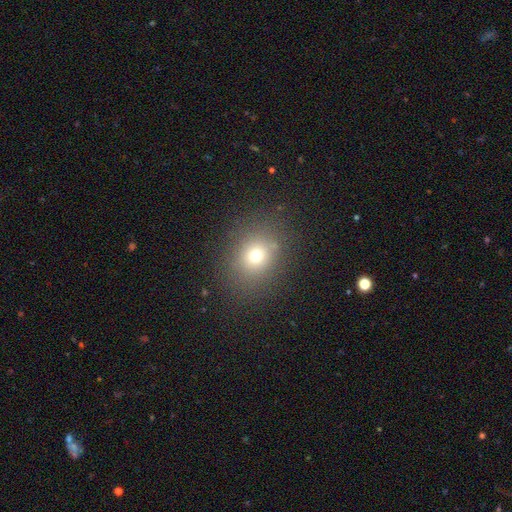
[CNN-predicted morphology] This is likely a smooth galaxy (70%). How rounded: likely round (71%). Merging: clearly none (84%).